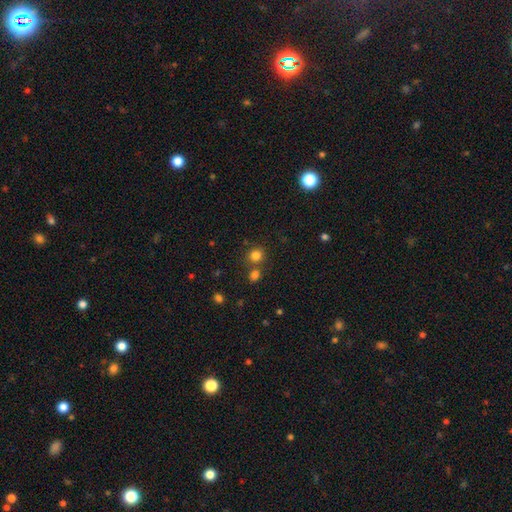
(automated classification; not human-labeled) Smooth or featured?
  - smooth: 80% *
  - star or artifact: 14%
  - featured or disk: 6%
How rounded?
  - round: 80% *
  - in between: 19%
  - cigar-shaped: 1%
Merging?
  - none: 68% *
  - merger: 21%
  - minor disturbance: 8%
  - major disturbance: 3%